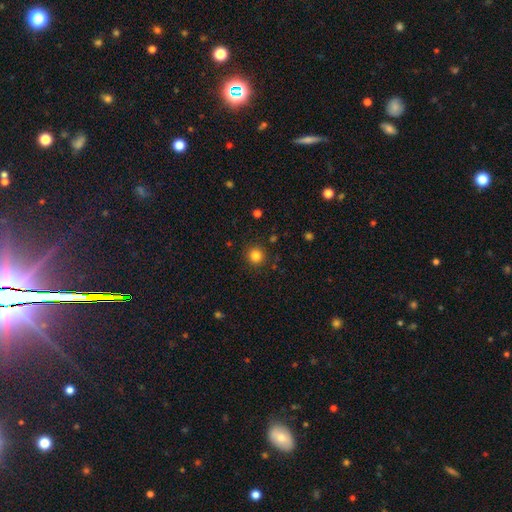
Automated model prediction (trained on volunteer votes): This appears to be a smooth galaxy with no disk features (83%) that is round (94%). Merging: none (90%).